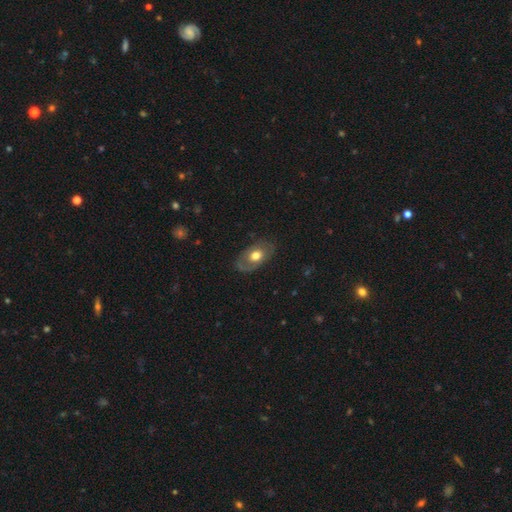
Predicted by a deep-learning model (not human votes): This appears to be a smooth galaxy with no disk features (48%). Merging: none (75%).